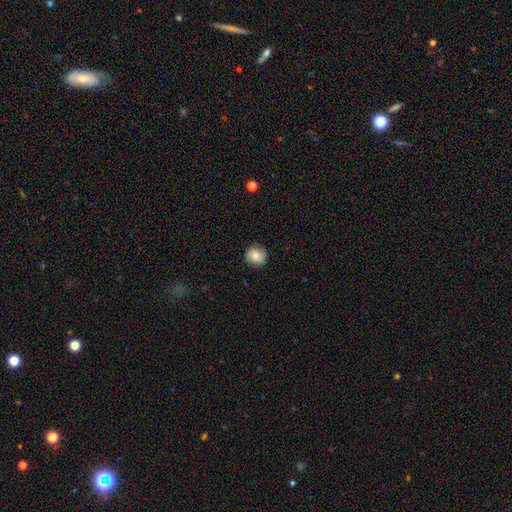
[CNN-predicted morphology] The model was most divided on "smooth or featured": smooth: 73%, featured or disk: 18%, star or artifact: 9%. More confident: merging — none (82%); how rounded — round (82%).